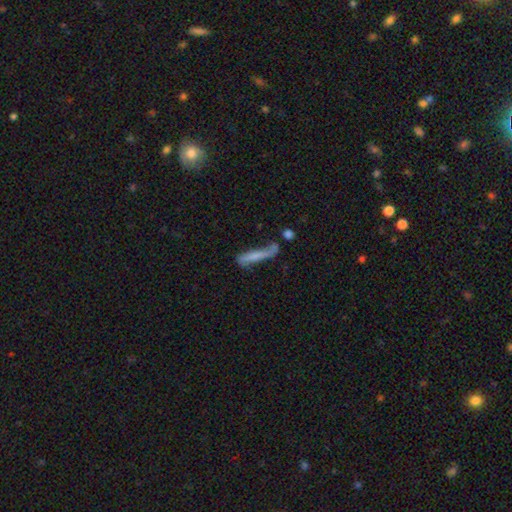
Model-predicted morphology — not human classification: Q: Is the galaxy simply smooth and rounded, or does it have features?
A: smooth — 53%.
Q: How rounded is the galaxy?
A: cigar-shaped — 88%.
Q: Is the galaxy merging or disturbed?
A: none — 42%.